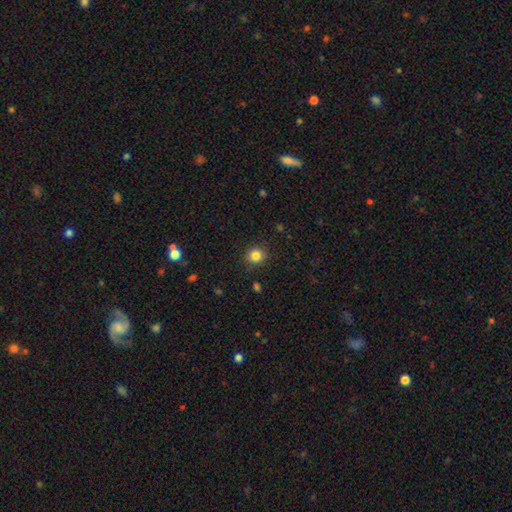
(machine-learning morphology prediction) smooth_or_featured: smooth (p=0.84) [alt: star or artifact p=0.12]
how_rounded: round (p=0.90) [alt: in between p=0.09]
merging: none (p=0.89) [alt: minor disturbance p=0.07]